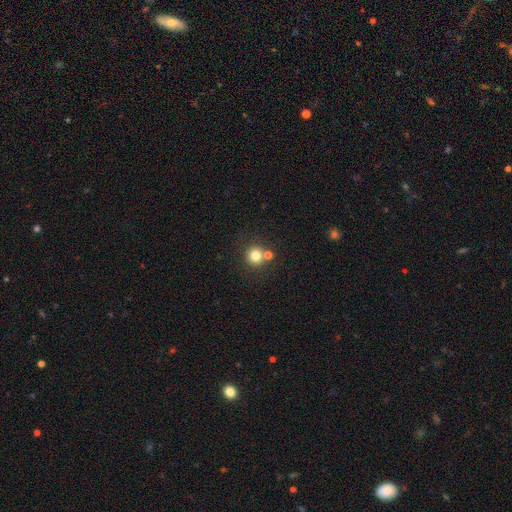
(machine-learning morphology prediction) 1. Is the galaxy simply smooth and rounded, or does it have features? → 79% smooth, 13% star or artifact, 8% featured or disk.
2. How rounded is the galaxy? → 93% round, 6% in between, 1% cigar-shaped.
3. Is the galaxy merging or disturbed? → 70% none, 19% merger, 8% minor disturbance, 3% major disturbance.